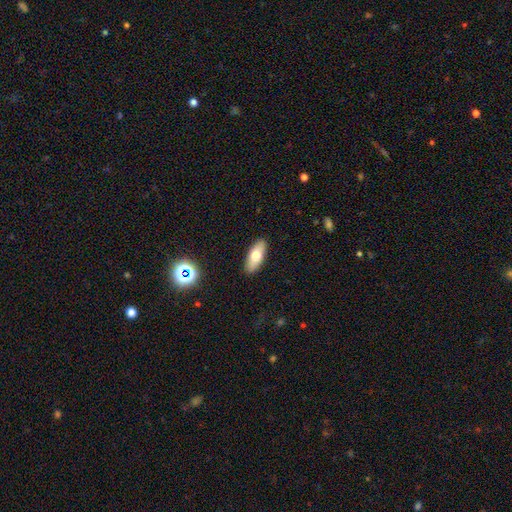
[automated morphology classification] Smooth or featured?
  - smooth: 70% *
  - featured or disk: 23%
  - star or artifact: 8%
How rounded?
  - in between: 77% *
  - cigar-shaped: 20%
  - round: 3%
Merging?
  - none: 89% *
  - minor disturbance: 8%
  - major disturbance: 2%
  - merger: 1%